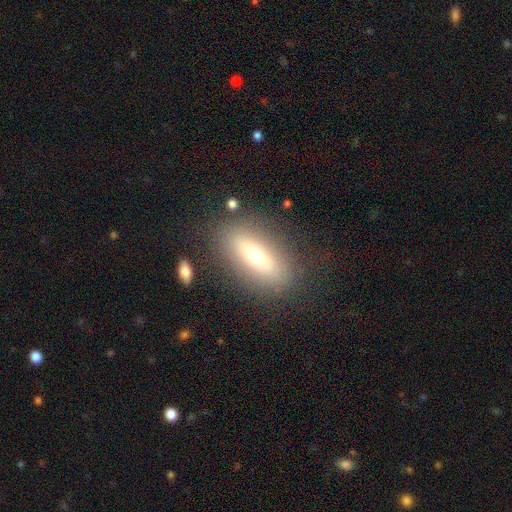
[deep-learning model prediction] smooth_or_featured: smooth (p=0.56) [alt: featured or disk p=0.34]
how_rounded: in between (p=0.71) [alt: cigar-shaped p=0.22]
merging: none (p=0.81) [alt: minor disturbance p=0.11]